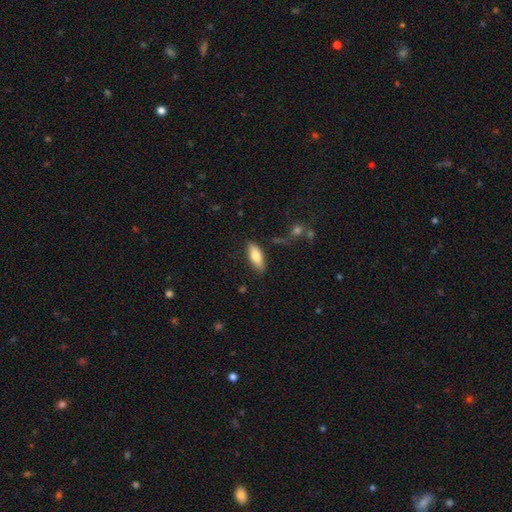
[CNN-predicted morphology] Smooth or featured? Predicted: smooth (p=0.80). How rounded? Predicted: in between (p=0.77). Merging? Predicted: none (p=0.81).